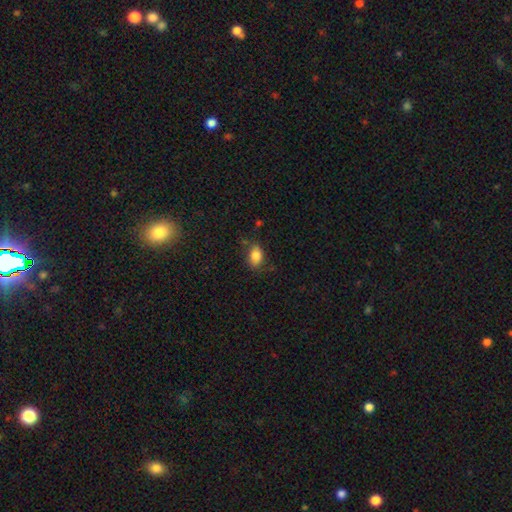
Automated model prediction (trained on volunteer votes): Overall: smooth (84%). How rounded: in between (81%). Merging: none (72%).